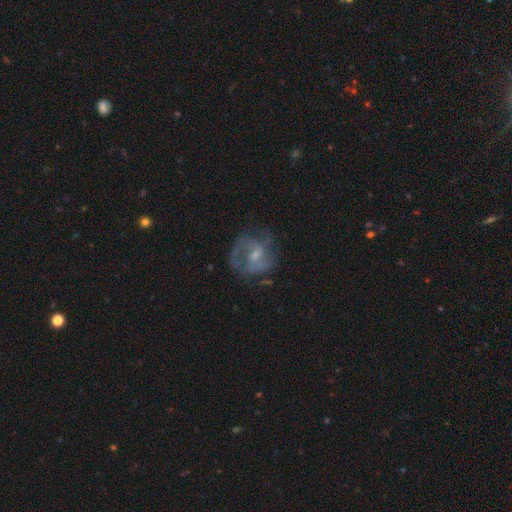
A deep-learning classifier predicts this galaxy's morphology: smooth-or-featured: featured or disk: 79% | smooth: 13% | star or artifact: 7%
  disk-edge-on: no: 98% | yes: 2%
    bar: weak: 56% | no: 29% | strong: 15%
    has-spiral-arms: yes: 91% | no: 9%
      spiral-winding: medium: 52% | tight: 27% | loose: 21%
      spiral-arm-count: 2: 49% | 3: 21% | can't tell: 18% | 1: 5% | 4: 4% | more than 4: 3%
    bulge-size: small: 49% | moderate: 35% | none: 13% | large: 3% | dominant: 1%
  merging: none: 63% | minor disturbance: 19% | major disturbance: 15% | merger: 2%